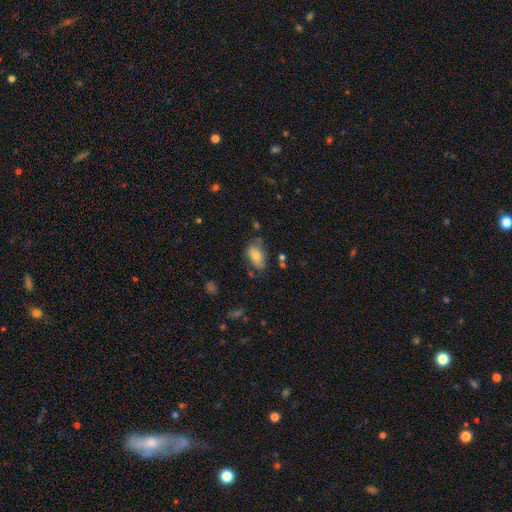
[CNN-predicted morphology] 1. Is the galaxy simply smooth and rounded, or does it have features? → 71% smooth, 22% featured or disk, 8% star or artifact.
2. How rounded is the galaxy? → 91% in between, 6% round, 3% cigar-shaped.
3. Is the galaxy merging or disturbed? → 62% none, 25% minor disturbance, 8% major disturbance, 5% merger.